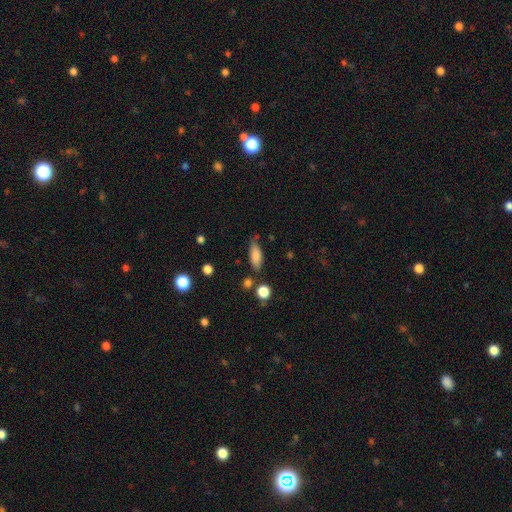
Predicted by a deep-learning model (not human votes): Smooth or featured? smooth (80%)
How rounded? in between (70%)
Merging? none (73%)